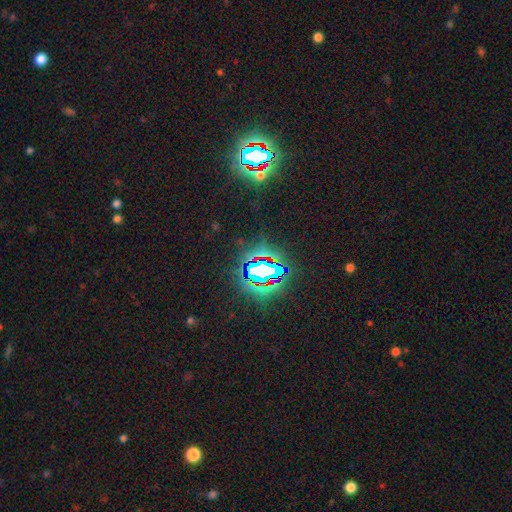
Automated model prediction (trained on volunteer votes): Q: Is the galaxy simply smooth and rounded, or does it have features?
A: star or artifact — 85%.